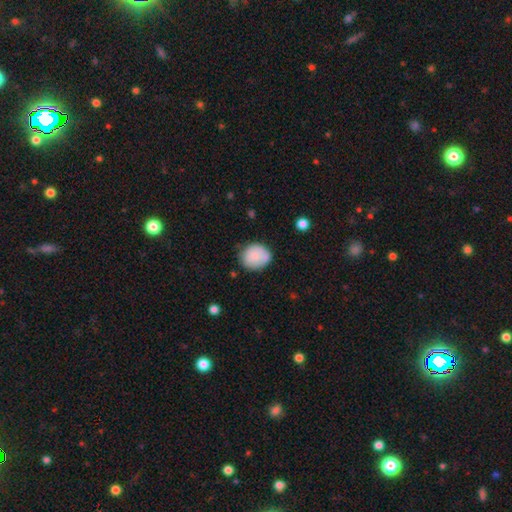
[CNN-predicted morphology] Overall: smooth (81%). How rounded: round (69%; in between 30%). Merging: none (68%).